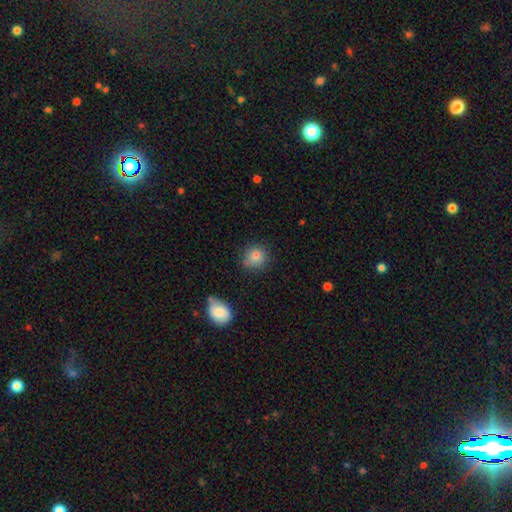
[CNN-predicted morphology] type=smooth (82%); roundness=round (84%); merging=none (77%).